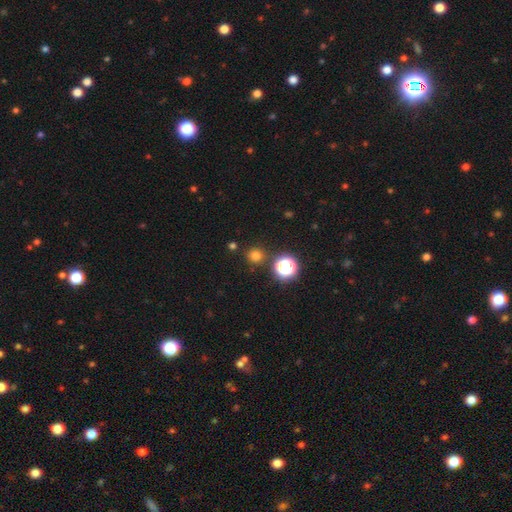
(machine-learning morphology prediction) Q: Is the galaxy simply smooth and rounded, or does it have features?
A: smooth — 72%.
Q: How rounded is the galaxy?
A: round — 93%.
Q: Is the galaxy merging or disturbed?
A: none — 87%.